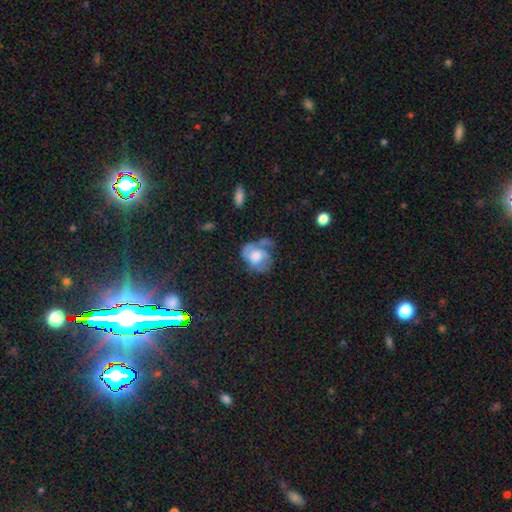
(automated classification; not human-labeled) Morphology: type=featured or disk (59%); edge-on=no (97%); bar=no (73%); spiral arms=yes (76%); bulge=large (41%); merging=none (35%).